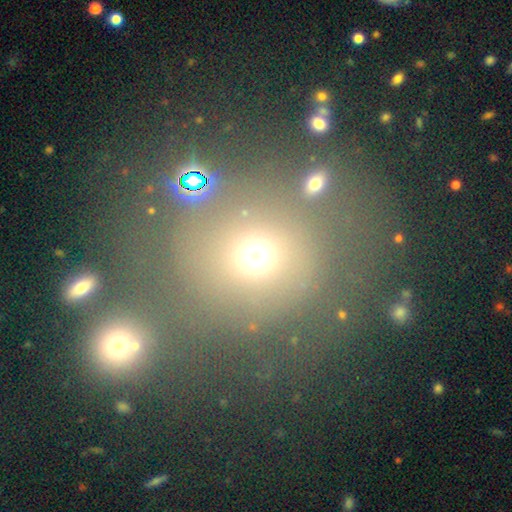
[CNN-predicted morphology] smooth-or-featured: smooth: 63% | star or artifact: 24% | featured or disk: 13%
  how-rounded: round: 86% | in between: 13% | cigar-shaped: 1%
  merging: none: 65% | merger: 14% | minor disturbance: 12% | major disturbance: 9%